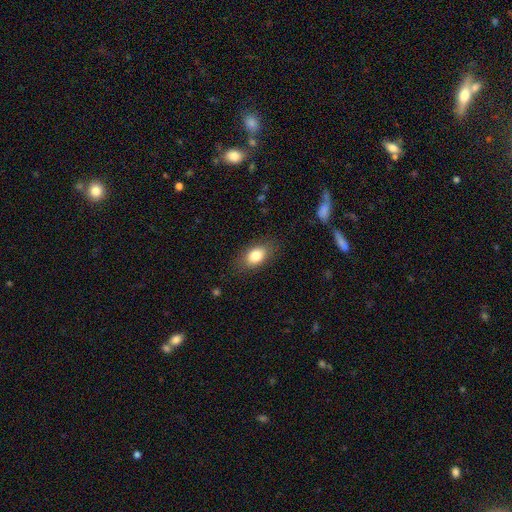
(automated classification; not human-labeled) smooth-or-featured: smooth: 80% | featured or disk: 12% | star or artifact: 8%
  how-rounded: in between: 84% | round: 13% | cigar-shaped: 2%
  merging: none: 82% | minor disturbance: 13% | major disturbance: 4% | merger: 1%